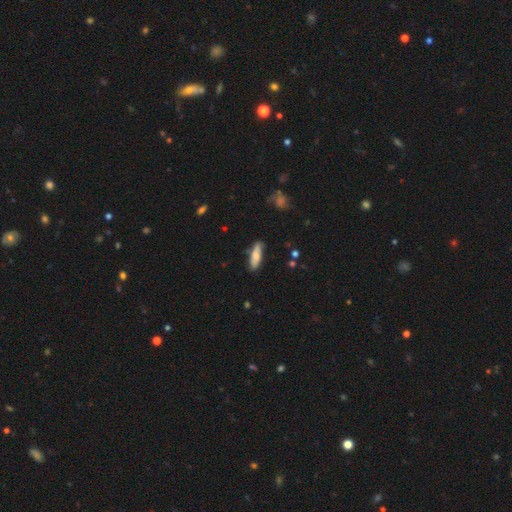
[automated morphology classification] A smooth galaxy with no disk features (70%) that is cigar-shaped (53%). Merging: none (79%).